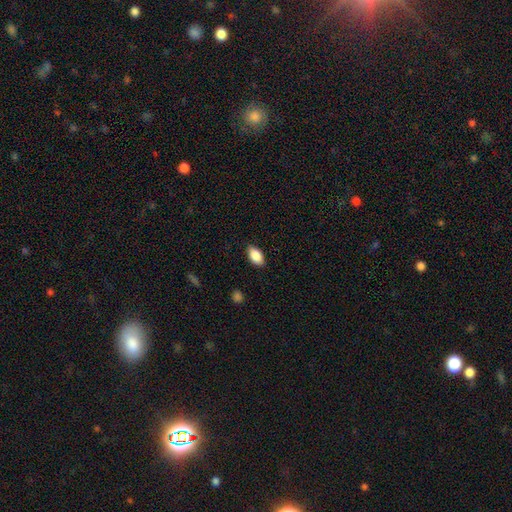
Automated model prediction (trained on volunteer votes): Smooth or featured? smooth (88%)
How rounded? in between (93%)
Merging? none (86%)